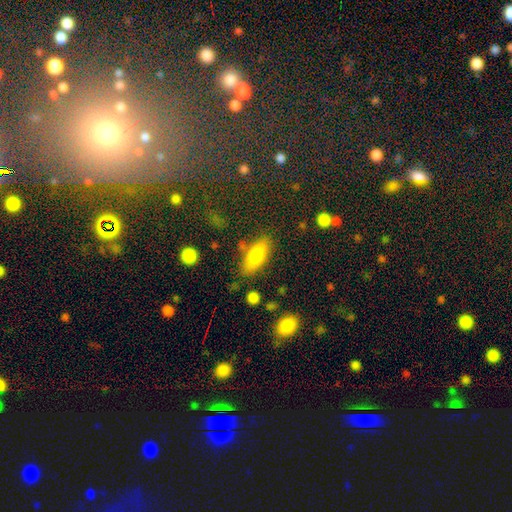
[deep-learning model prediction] Smooth or featured?
  - smooth: 79% *
  - featured or disk: 14%
  - star or artifact: 7%
How rounded?
  - in between: 77% *
  - cigar-shaped: 20%
  - round: 3%
Merging?
  - none: 72% *
  - minor disturbance: 16%
  - merger: 7%
  - major disturbance: 5%